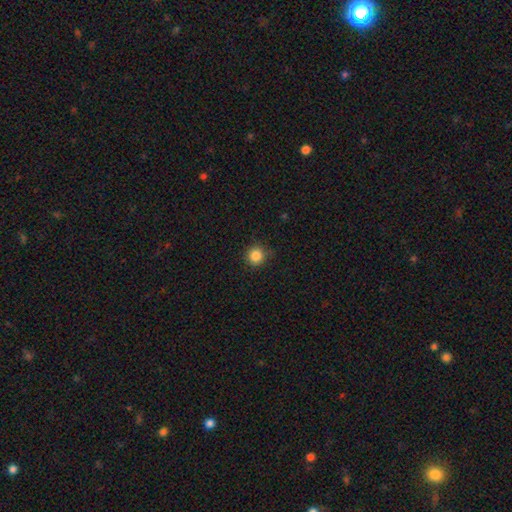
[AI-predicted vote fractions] smooth_or_featured: smooth (p=0.85) [alt: star or artifact p=0.11]
how_rounded: round (p=0.94) [alt: in between p=0.05]
merging: none (p=0.89) [alt: minor disturbance p=0.08]